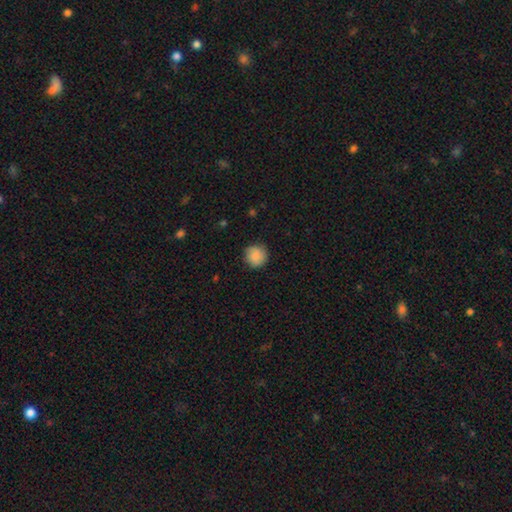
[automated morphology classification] smooth-or-featured: smooth: 87% | star or artifact: 8% | featured or disk: 6%
  how-rounded: round: 94% | in between: 5% | cigar-shaped: 1%
  merging: none: 87% | minor disturbance: 9% | major disturbance: 2% | merger: 1%